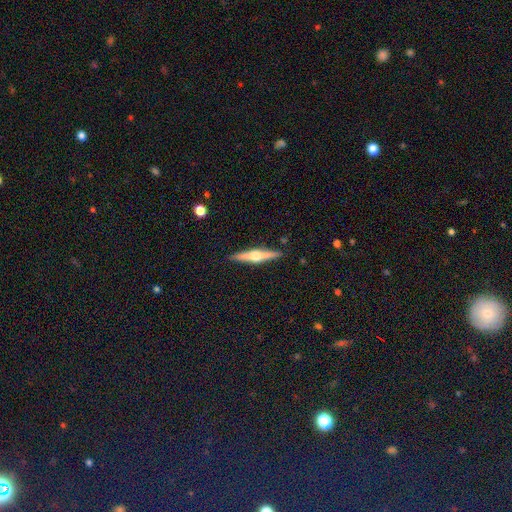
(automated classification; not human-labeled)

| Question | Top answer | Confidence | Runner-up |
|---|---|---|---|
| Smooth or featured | featured or disk | 71% | smooth (23%) |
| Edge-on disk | yes | 98% | no (2%) |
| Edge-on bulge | rounded | 94% | boxy (3%) |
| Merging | none | 90% | minor disturbance (7%) |